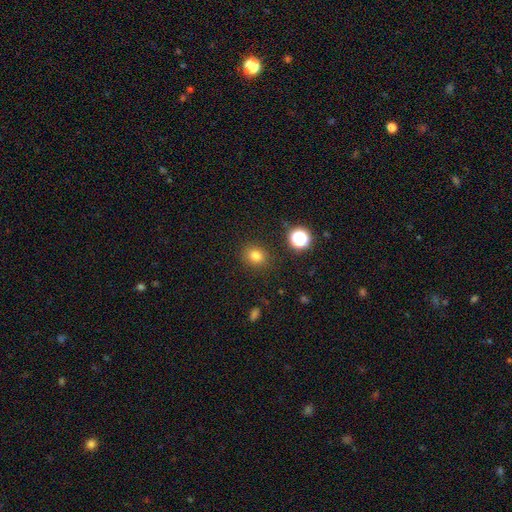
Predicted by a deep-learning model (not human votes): This is likely a smooth galaxy (79%). How rounded: likely round (65%). Merging: clearly none (86%).